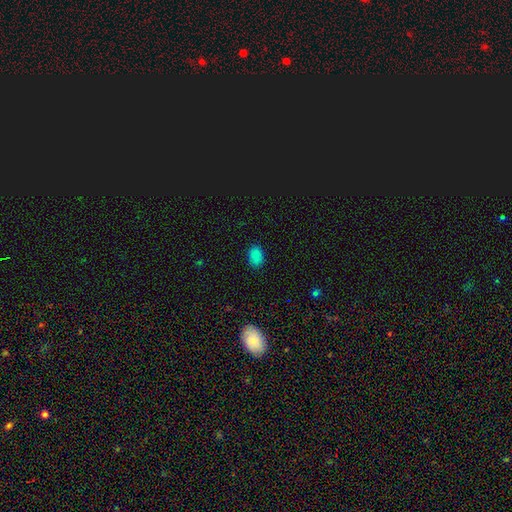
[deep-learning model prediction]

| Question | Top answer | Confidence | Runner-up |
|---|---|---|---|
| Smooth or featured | smooth | 83% | star or artifact (14%) |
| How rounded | in between | 85% | round (14%) |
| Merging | none | 86% | minor disturbance (11%) |